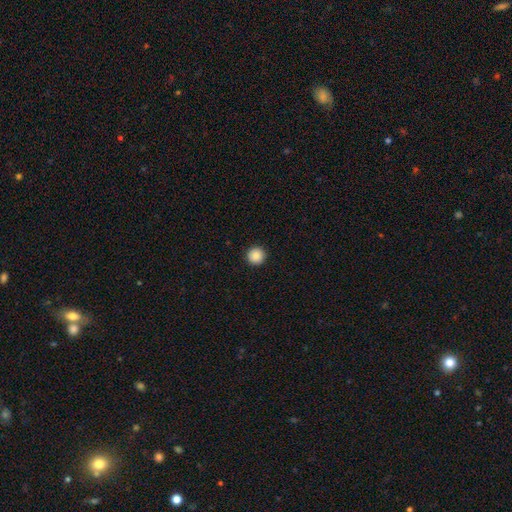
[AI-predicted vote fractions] This is clearly a smooth galaxy (88%). How rounded: clearly round (96%). Merging: clearly none (93%).